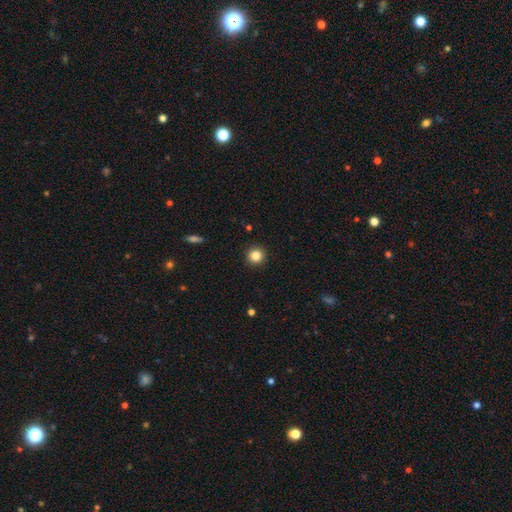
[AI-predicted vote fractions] A smooth galaxy with no disk features (85%) that is round (95%). Merging: none (93%).